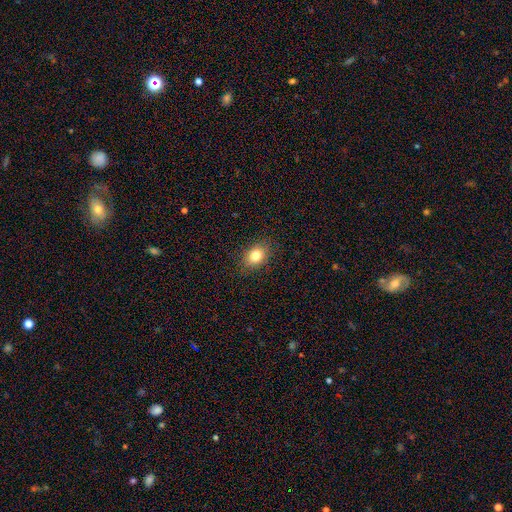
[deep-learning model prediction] Overall: smooth (81%). How rounded: in between (68%; round 30%). Merging: none (87%).